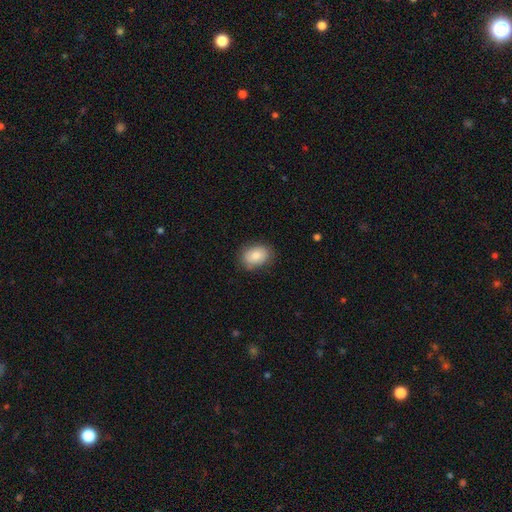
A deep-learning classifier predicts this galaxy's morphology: type=smooth (81%); roundness=in between (71%); merging=none (81%).